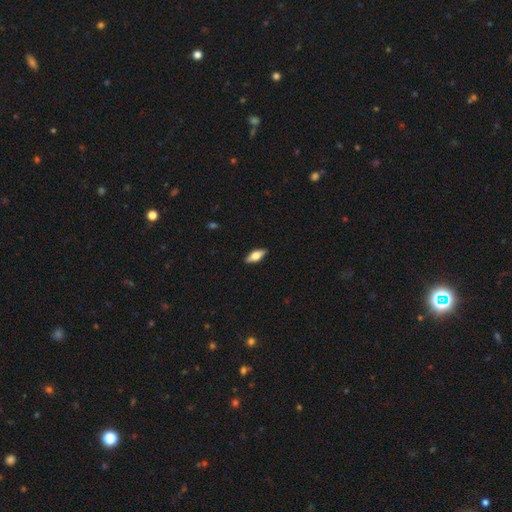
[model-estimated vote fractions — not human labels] Smooth or featured? smooth (56%)
How rounded? in between (73%)
Merging? none (90%)